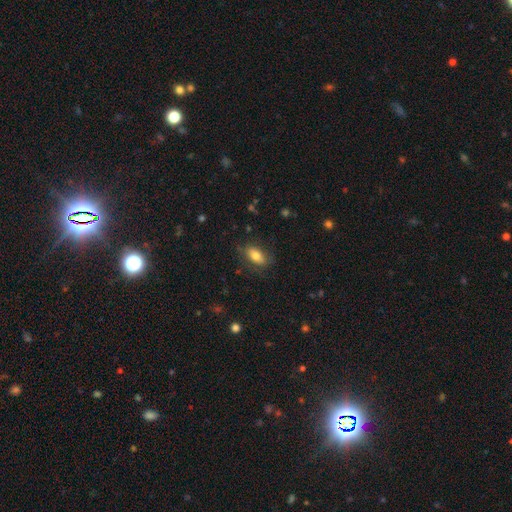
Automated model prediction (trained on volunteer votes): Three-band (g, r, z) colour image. It shows a smooth galaxy with no disk features (77%) that is in between round and cigar-shaped (86%). Merging: none (76%).